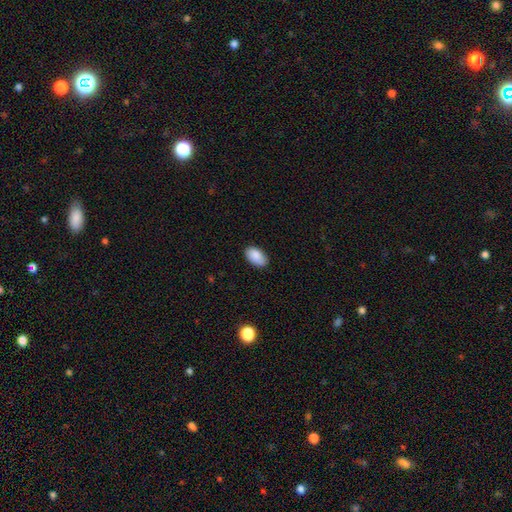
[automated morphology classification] smooth-or-featured: smooth: 88% | star or artifact: 7% | featured or disk: 5%
  how-rounded: in between: 94% | round: 4% | cigar-shaped: 1%
  merging: none: 84% | minor disturbance: 13% | major disturbance: 2% | merger: 1%